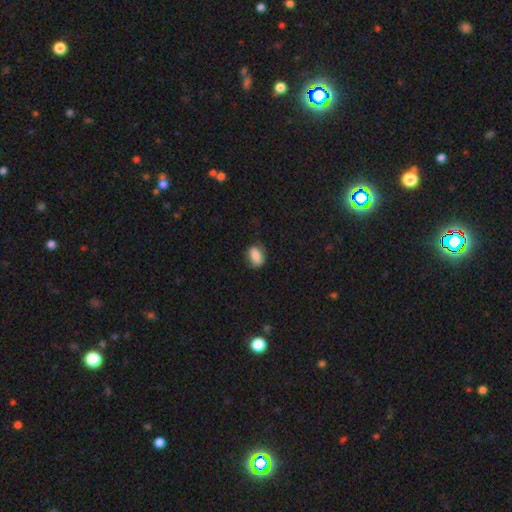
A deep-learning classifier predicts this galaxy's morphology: Q: Smooth or featured?
A: smooth (83%); runner-up: featured or disk (9%)
Q: How rounded?
A: in between (78%); runner-up: round (20%)
Q: Merging?
A: none (69%); runner-up: minor disturbance (24%)